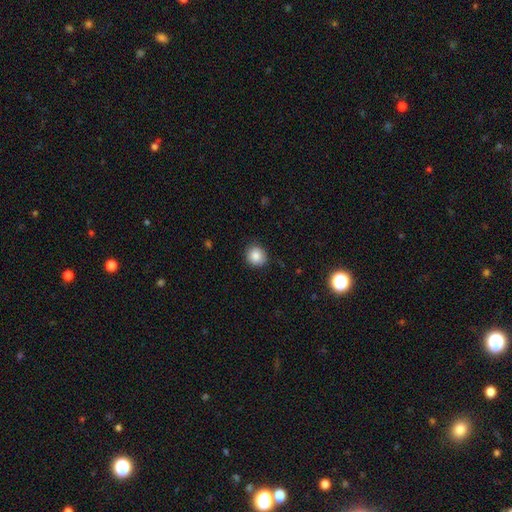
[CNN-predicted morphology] Smooth or featured? Predicted: smooth (p=0.85). How rounded? Predicted: round (p=0.86). Merging? Predicted: none (p=0.84).